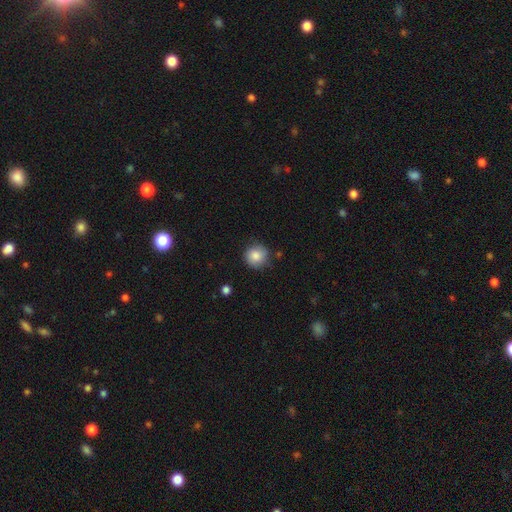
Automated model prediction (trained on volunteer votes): Overall: smooth (85%). How rounded: round (92%). Merging: none (81%).